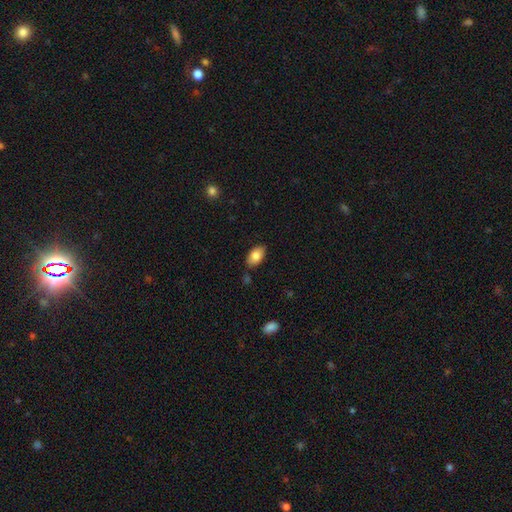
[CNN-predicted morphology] Smooth or featured? Predicted: smooth (p=0.84). How rounded? Predicted: in between (p=0.93). Merging? Predicted: none (p=0.82).